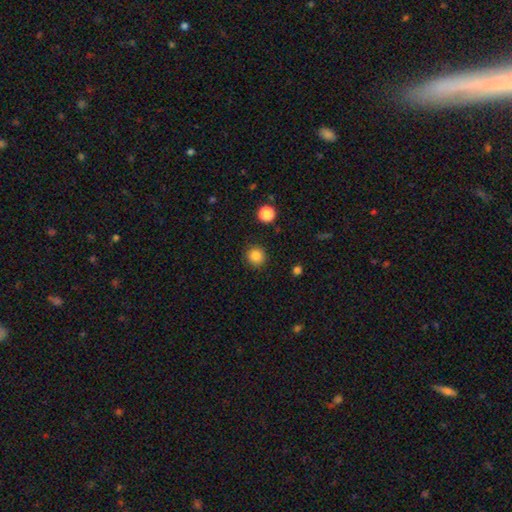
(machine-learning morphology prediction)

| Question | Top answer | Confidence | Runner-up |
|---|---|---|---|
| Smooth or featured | smooth | 84% | star or artifact (11%) |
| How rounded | round | 93% | in between (6%) |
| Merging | none | 91% | minor disturbance (6%) |